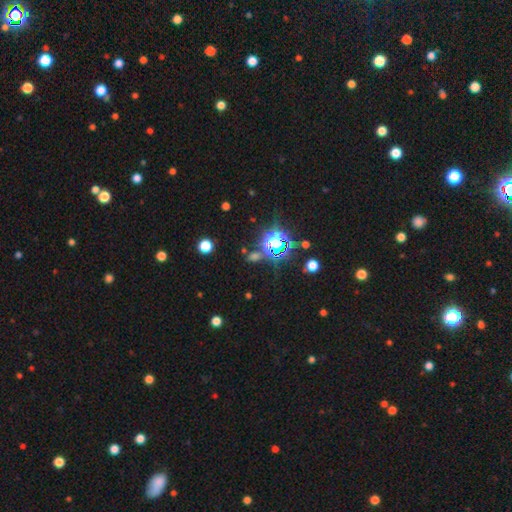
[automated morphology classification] This appears to be a star or artifact, not a galaxy (70%).